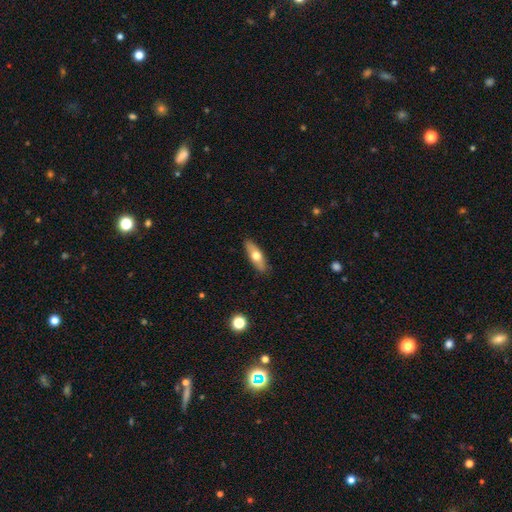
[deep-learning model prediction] The model was most divided on "how rounded": in between: 59%, cigar-shaped: 38%, round: 3%. More confident: merging — none (88%); smooth or featured — smooth (59%).